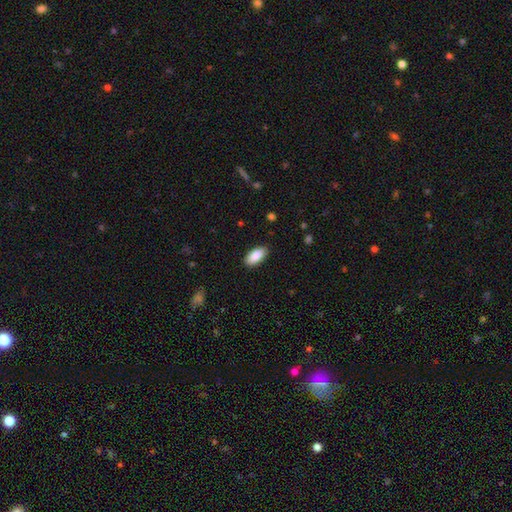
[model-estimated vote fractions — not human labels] smooth 88%, star or artifact 6%, featured or disk 6%. Down the decision tree: how rounded — in between (92%); merging — none (87%).